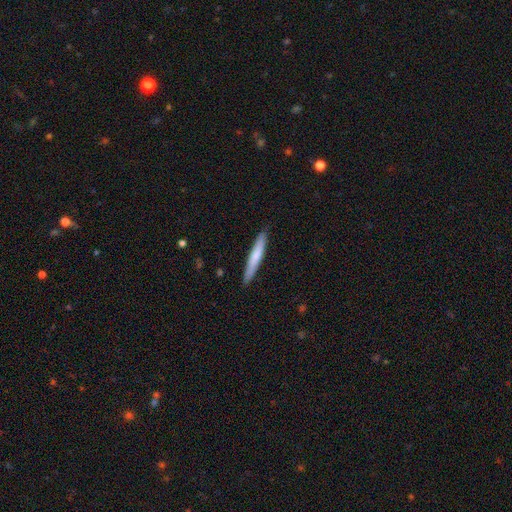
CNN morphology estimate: Smooth or featured?
  - smooth: 68% *
  - featured or disk: 27%
  - star or artifact: 5%
How rounded?
  - cigar-shaped: 95% *
  - in between: 4%
  - round: 1%
Merging?
  - none: 89% *
  - minor disturbance: 8%
  - major disturbance: 1%
  - merger: 1%